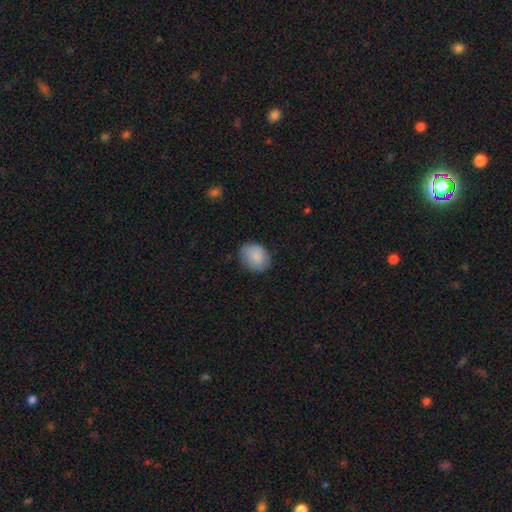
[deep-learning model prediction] Smooth or featured: smooth — 85% (featured or disk — 8%)
How rounded: in between — 57% (round — 42%)
Merging: none — 78% (minor disturbance — 17%)